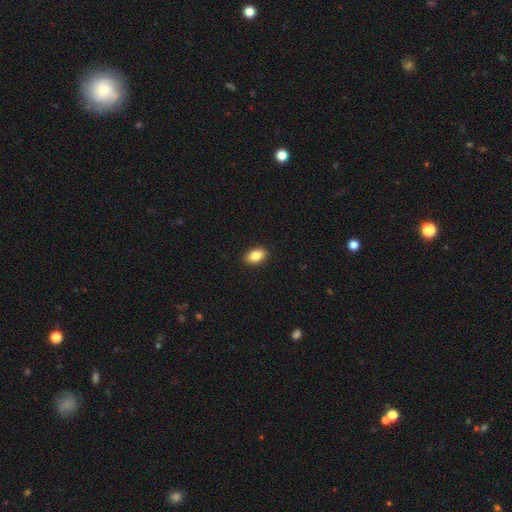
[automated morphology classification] Overall: smooth (85%). How rounded: in between (89%). Merging: none (91%).